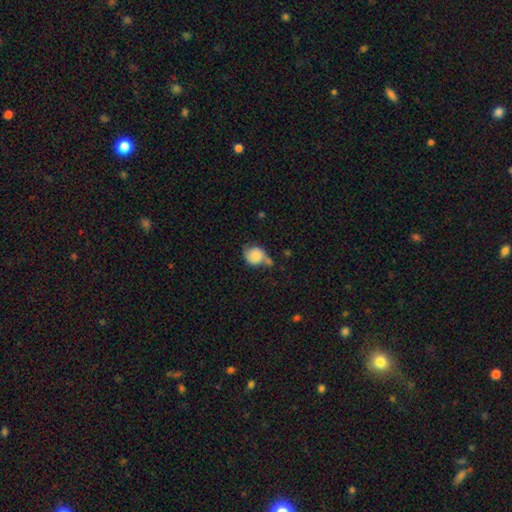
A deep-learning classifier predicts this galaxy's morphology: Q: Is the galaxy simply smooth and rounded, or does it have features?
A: smooth — 71%.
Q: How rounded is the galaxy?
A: round — 72%.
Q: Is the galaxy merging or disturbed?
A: none — 35%.